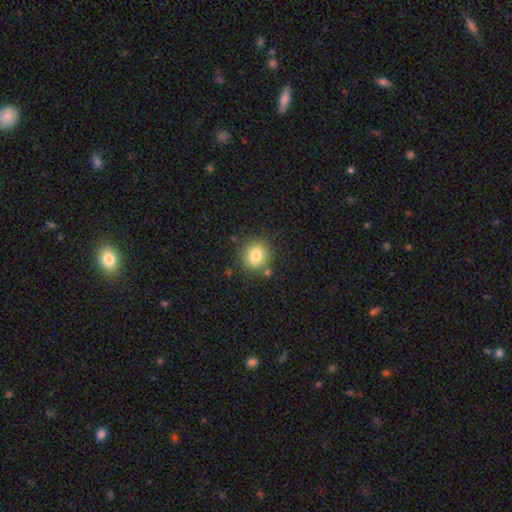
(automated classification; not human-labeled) smooth 81%, star or artifact 10%, featured or disk 9%. Down the decision tree: how rounded — round (85%); merging — none (82%).